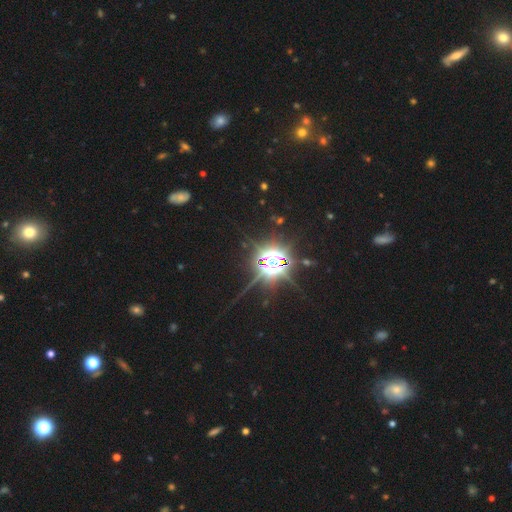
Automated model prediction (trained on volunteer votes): Smooth or featured?
  - star or artifact: 81% *
  - smooth: 13%
  - featured or disk: 6%